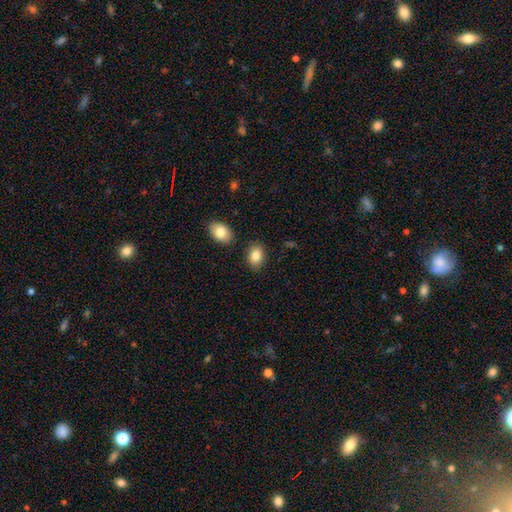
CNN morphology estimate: Smooth or featured? Predicted: smooth (p=0.84). How rounded? Predicted: in between (p=0.79). Merging? Predicted: none (p=0.83).